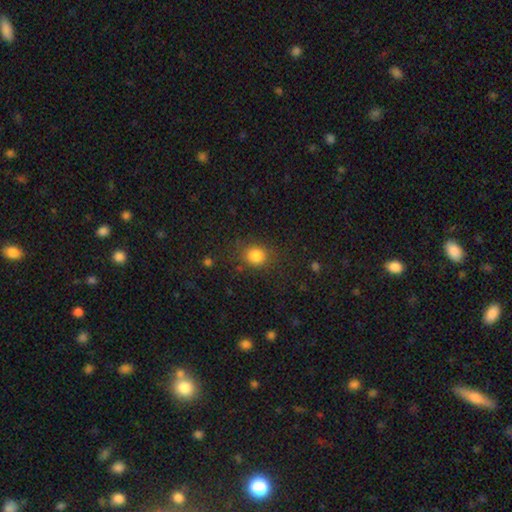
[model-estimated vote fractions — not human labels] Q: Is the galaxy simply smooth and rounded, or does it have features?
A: smooth — 84%.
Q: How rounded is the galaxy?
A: round — 76%.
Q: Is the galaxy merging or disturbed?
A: none — 81%.